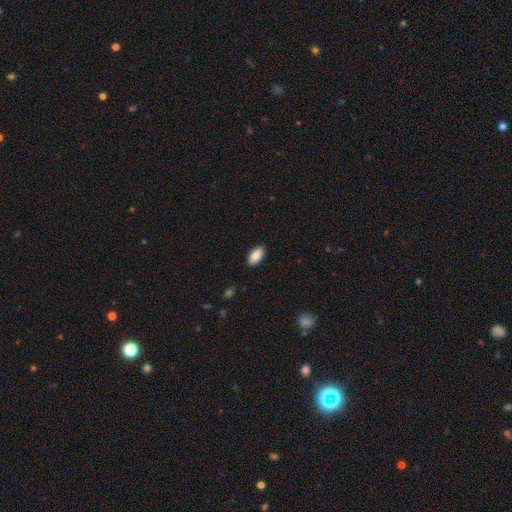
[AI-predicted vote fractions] A smooth galaxy with no disk features (87%) that is in between round and cigar-shaped (93%). Merging: none (89%).